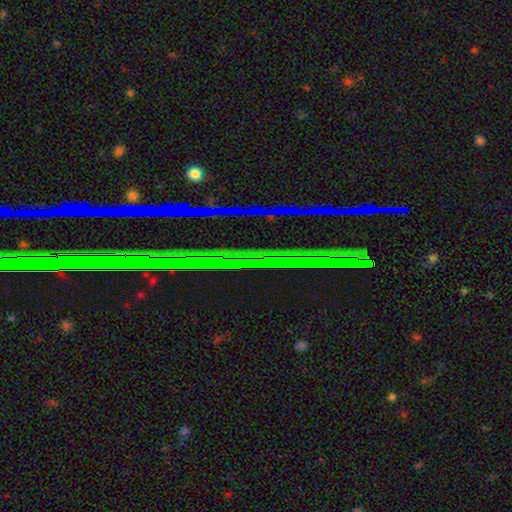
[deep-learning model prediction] Smooth or featured?
  - star or artifact: 81% *
  - featured or disk: 12%
  - smooth: 7%